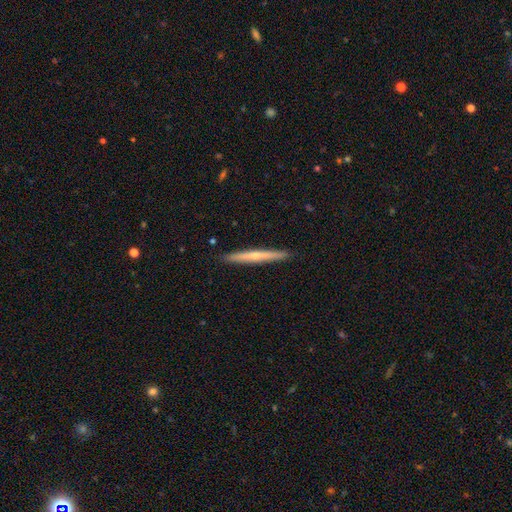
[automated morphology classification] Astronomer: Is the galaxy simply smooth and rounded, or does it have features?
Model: featured or disk — 53% (runner-up: smooth, 42%).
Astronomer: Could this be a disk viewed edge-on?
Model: yes — 97%.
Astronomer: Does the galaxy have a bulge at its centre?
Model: rounded — 51% (runner-up: none, 46%).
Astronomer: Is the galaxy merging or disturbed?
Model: none — 92%.